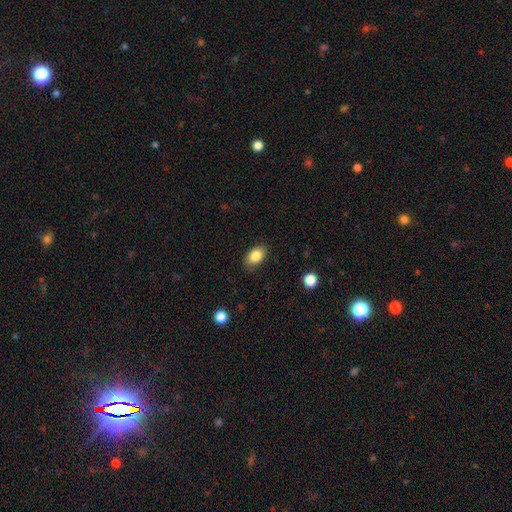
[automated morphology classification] smooth-or-featured: smooth: 84% | star or artifact: 8% | featured or disk: 8%
  how-rounded: in between: 86% | round: 13% | cigar-shaped: 1%
  merging: none: 84% | minor disturbance: 12% | major disturbance: 3% | merger: 1%